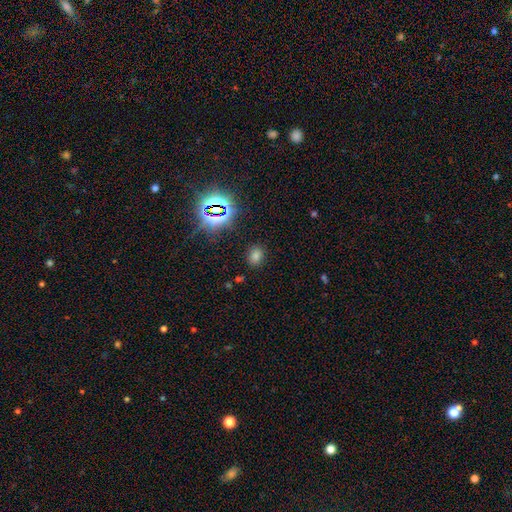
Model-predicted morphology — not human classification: A smooth galaxy with no disk features (58%) that is in between round and cigar-shaped (55%).

Vote fractions:
- Smooth or featured? smooth: 58% / star or artifact: 35% / featured or disk: 7%
- How rounded? in between: 55% / round: 43% / cigar-shaped: 2%
- Merging? none: 86% / minor disturbance: 9% / major disturbance: 3% / merger: 2%